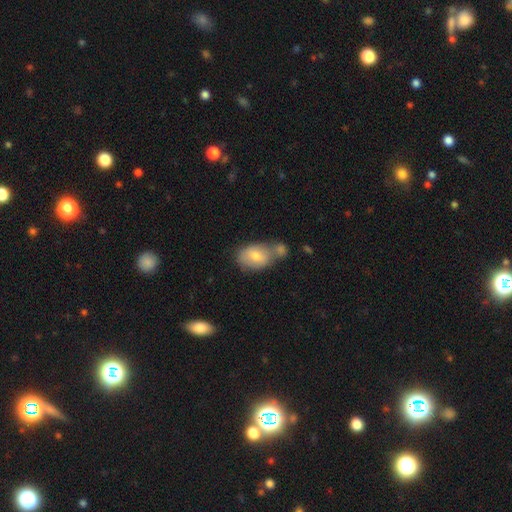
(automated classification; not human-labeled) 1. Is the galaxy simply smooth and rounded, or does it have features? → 72% smooth, 20% featured or disk, 8% star or artifact.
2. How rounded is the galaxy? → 82% in between, 16% round, 2% cigar-shaped.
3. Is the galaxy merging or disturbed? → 42% none, 38% merger, 15% minor disturbance, 5% major disturbance.